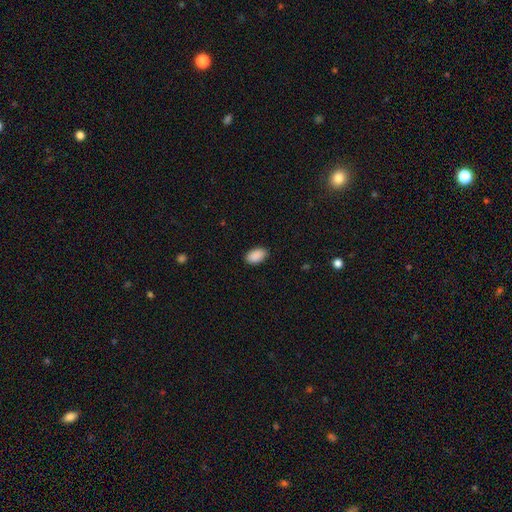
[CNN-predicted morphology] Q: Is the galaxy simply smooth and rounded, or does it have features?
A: smooth — 91%.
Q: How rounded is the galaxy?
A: in between — 94%.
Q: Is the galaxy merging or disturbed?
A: none — 86%.